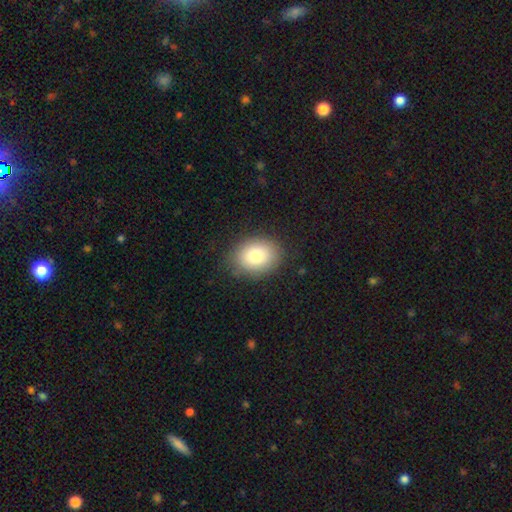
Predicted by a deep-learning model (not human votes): Q: Smooth or featured?
A: smooth (84%); runner-up: featured or disk (8%)
Q: How rounded?
A: in between (70%); runner-up: round (29%)
Q: Merging?
A: none (85%); runner-up: minor disturbance (11%)